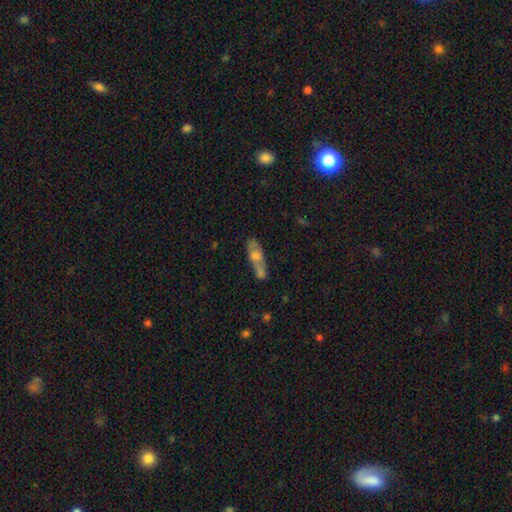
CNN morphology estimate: This is possibly a smooth galaxy (57%). How rounded: possibly in between (55%). Merging: marginally none (41%).